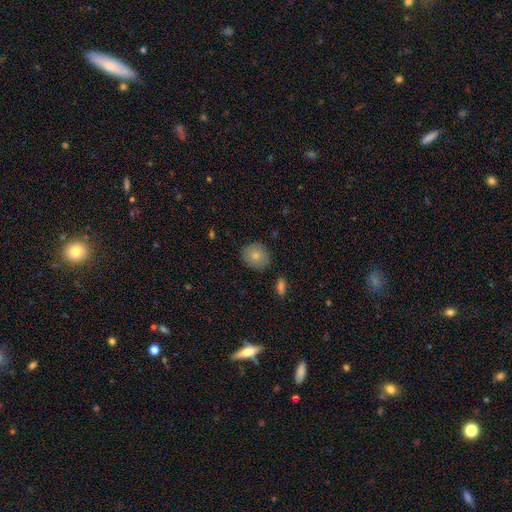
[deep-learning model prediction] smooth-or-featured: smooth: 81% | featured or disk: 11% | star or artifact: 8%
  how-rounded: round: 77% | in between: 22% | cigar-shaped: 1%
  merging: none: 85% | minor disturbance: 11% | major disturbance: 2% | merger: 2%